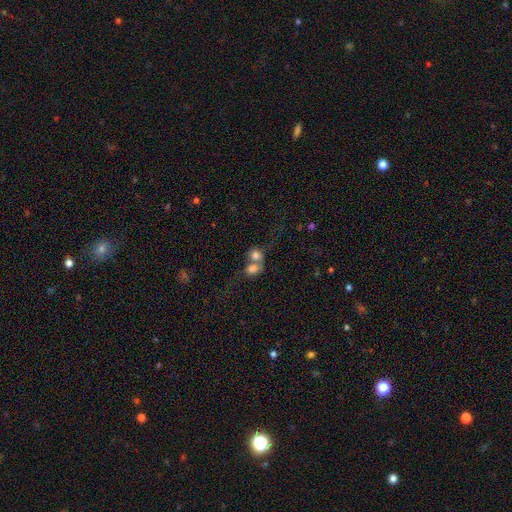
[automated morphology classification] The model was most divided on "how rounded": round: 68%, in between: 31%, cigar-shaped: 1%. More confident: merging — merger (74%); smooth or featured — smooth (73%).